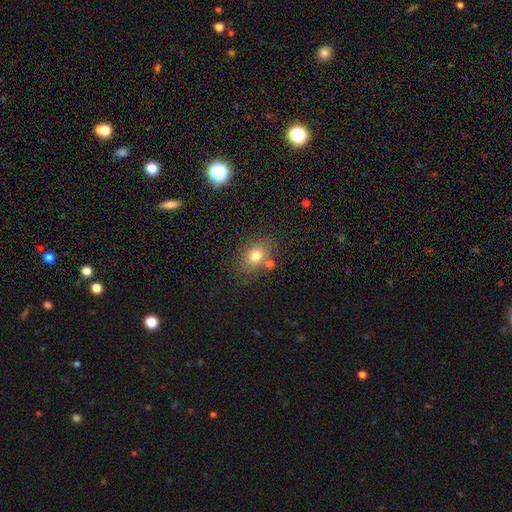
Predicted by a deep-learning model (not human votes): The model was most divided on "how rounded": in between: 61%, round: 38%, cigar-shaped: 2%. More confident: smooth or featured — smooth (76%); merging — none (72%).